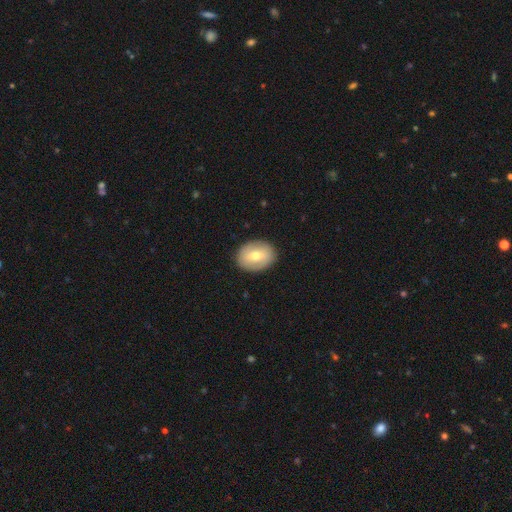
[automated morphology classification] Smooth or featured? Predicted: smooth (p=0.56). How rounded? Predicted: in between (p=0.55). Merging? Predicted: none (p=0.88).